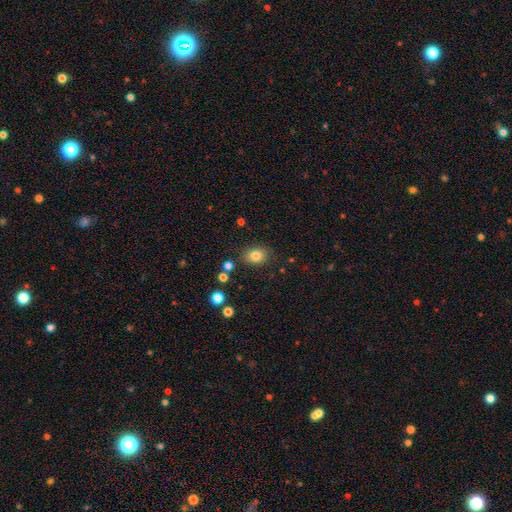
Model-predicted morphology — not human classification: Smooth or featured? Predicted: smooth (p=0.81). How rounded? Predicted: in between (p=0.63). Merging? Predicted: none (p=0.82).